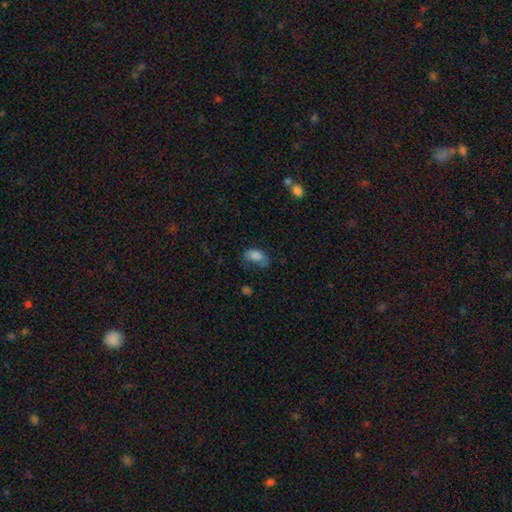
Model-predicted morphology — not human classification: Smooth or featured? smooth (82%)
How rounded? in between (91%)
Merging? none (42%)